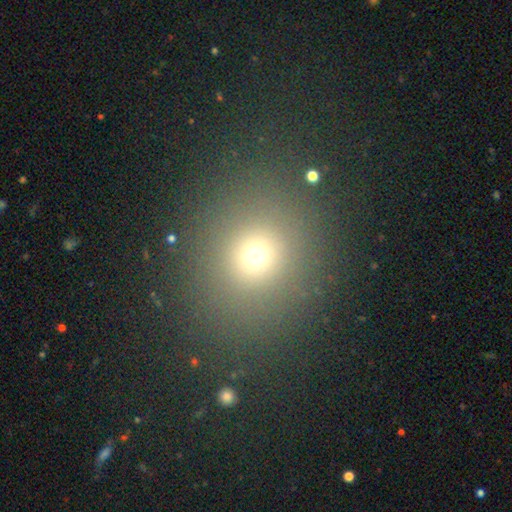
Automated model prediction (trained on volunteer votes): Overall: smooth (67%). How rounded: round (83%). Merging: none (85%).